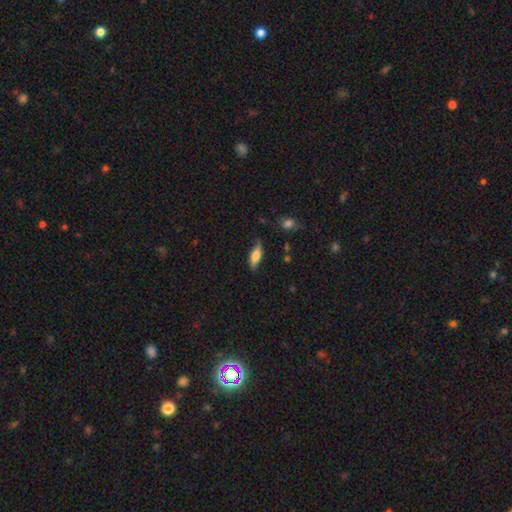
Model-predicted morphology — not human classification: smooth 60%, featured or disk 34%, star or artifact 7%. Down the decision tree: how rounded — in between (63%); merging — none (70%).